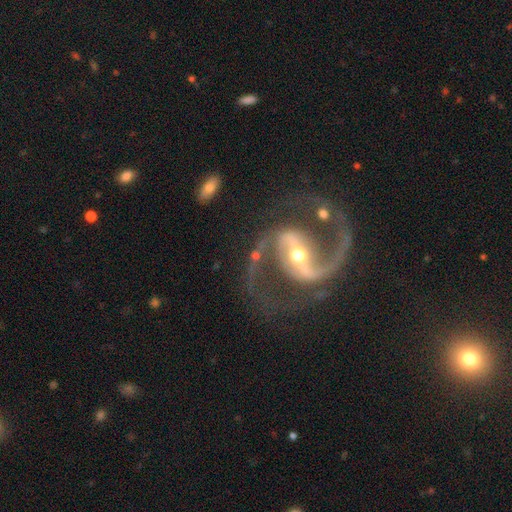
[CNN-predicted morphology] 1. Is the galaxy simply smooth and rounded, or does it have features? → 93% featured or disk, 4% star or artifact, 2% smooth.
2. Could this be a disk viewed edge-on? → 98% no, 2% yes.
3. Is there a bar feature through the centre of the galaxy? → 55% strong, 29% weak, 16% no.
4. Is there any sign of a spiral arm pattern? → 98% yes, 2% no.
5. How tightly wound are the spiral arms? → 65% medium, 24% loose, 11% tight.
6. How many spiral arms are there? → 94% 2, 1% 1, 1% can't tell, 1% 3, 1% 4, 1% more than 4.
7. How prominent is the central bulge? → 48% moderate, 47% small, 3% large, 1% none, 1% dominant.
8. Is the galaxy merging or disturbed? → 75% none, 13% minor disturbance, 9% major disturbance, 3% merger.